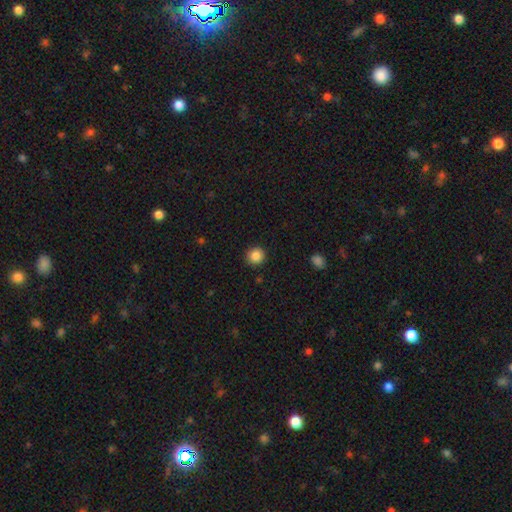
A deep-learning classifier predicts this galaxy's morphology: Smooth or featured: smooth — 86% (star or artifact — 10%)
How rounded: round — 91% (in between — 8%)
Merging: none — 91% (minor disturbance — 6%)